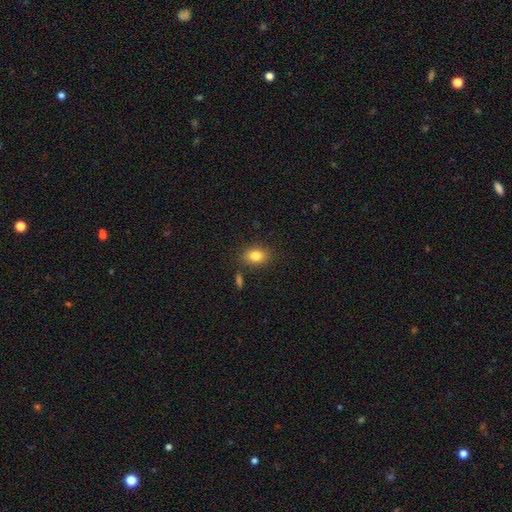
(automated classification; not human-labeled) A smooth galaxy with no disk features (82%) that is in between round and cigar-shaped (67%).

Vote fractions:
- Smooth or featured? smooth: 82% / star or artifact: 10% / featured or disk: 8%
- How rounded? in between: 67% / round: 32% / cigar-shaped: 1%
- Merging? none: 83% / minor disturbance: 10% / merger: 4% / major disturbance: 3%